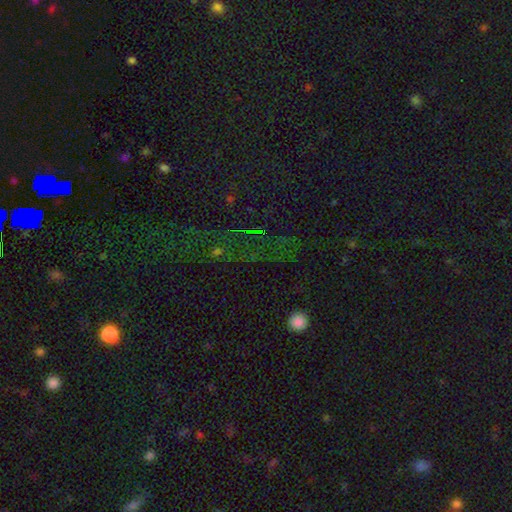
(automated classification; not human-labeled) Morphology: type=star or artifact (76%).